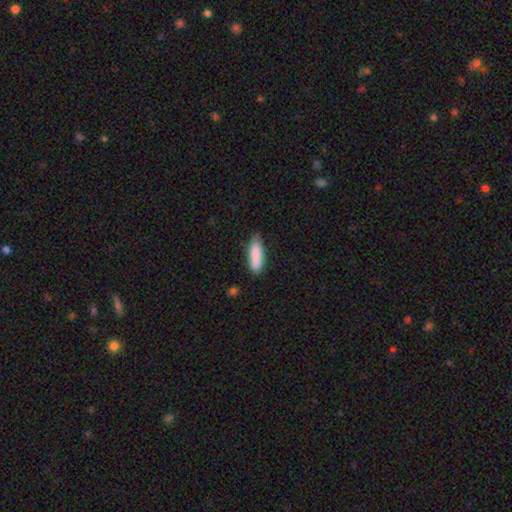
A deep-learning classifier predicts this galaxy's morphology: Smooth or featured: smooth — 86% (featured or disk — 8%)
How rounded: cigar-shaped — 58% (in between — 40%)
Merging: none — 72% (minor disturbance — 22%)